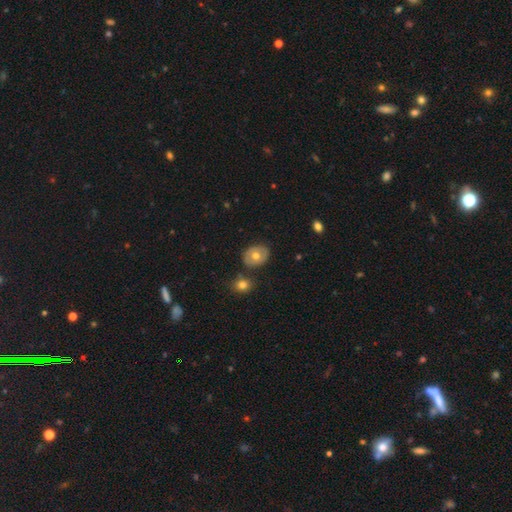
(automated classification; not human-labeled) smooth 63%, featured or disk 30%, star or artifact 8%. Down the decision tree: how rounded — in between (62%); merging — none (77%).